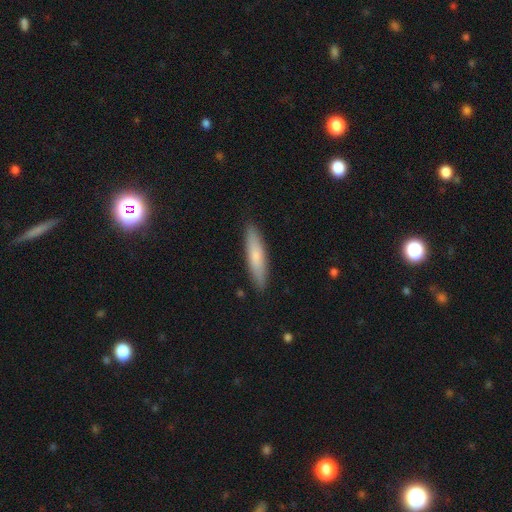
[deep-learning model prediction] This appears to be a smooth galaxy with no disk features (73%) that is cigar-shaped (81%). Merging: none (89%).